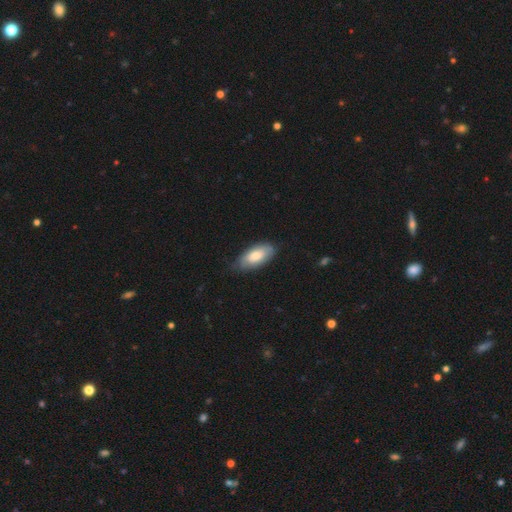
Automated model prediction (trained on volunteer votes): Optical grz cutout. It shows a smooth galaxy with no disk features (71%) that is in between round and cigar-shaped (91%). Merging: none (68%).